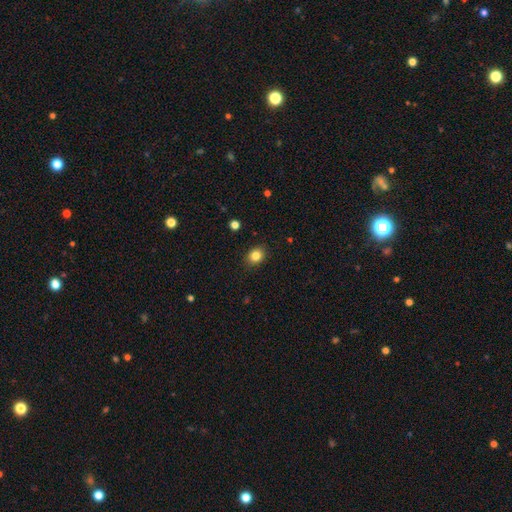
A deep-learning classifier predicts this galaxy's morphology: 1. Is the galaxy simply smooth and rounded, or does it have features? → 83% smooth, 10% star or artifact, 6% featured or disk.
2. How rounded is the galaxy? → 54% round, 45% in between, 1% cigar-shaped.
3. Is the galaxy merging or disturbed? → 88% none, 9% minor disturbance, 2% major disturbance, 1% merger.